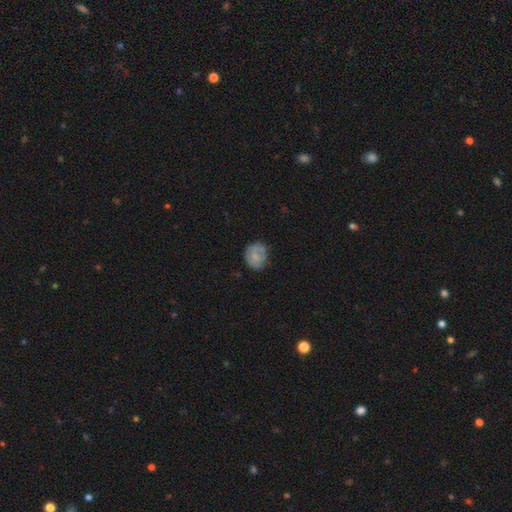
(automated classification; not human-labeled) smooth 64%, featured or disk 28%, star or artifact 8%. Down the decision tree: how rounded — round (70%); merging — none (66%).